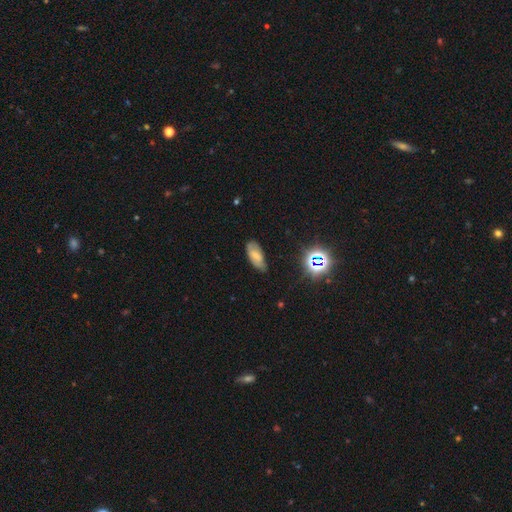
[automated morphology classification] smooth-or-featured: smooth: 60% | featured or disk: 26% | star or artifact: 14%
  how-rounded: in between: 86% | cigar-shaped: 11% | round: 3%
  merging: none: 67% | minor disturbance: 26% | major disturbance: 5% | merger: 2%